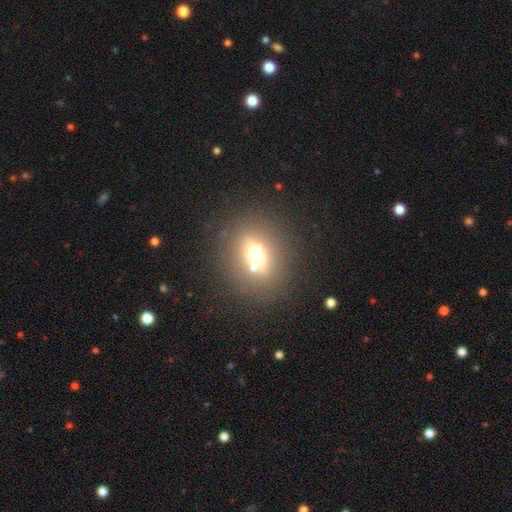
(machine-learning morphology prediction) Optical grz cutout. It shows a smooth galaxy with no disk features (54%) that is round (66%). Merging: none (77%).